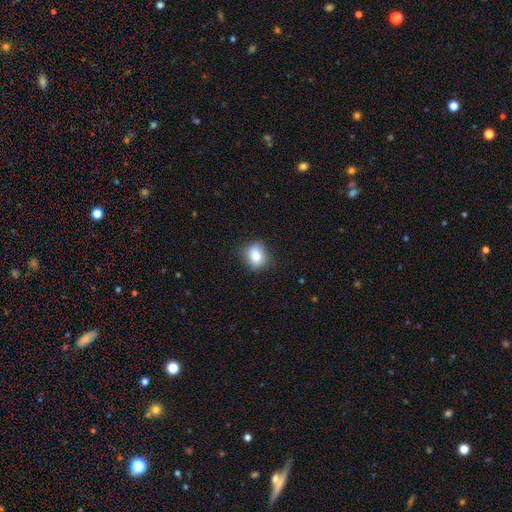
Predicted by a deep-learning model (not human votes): A smooth galaxy with no disk features (85%) that is in between round and cigar-shaped (54%). Merging: none (80%).